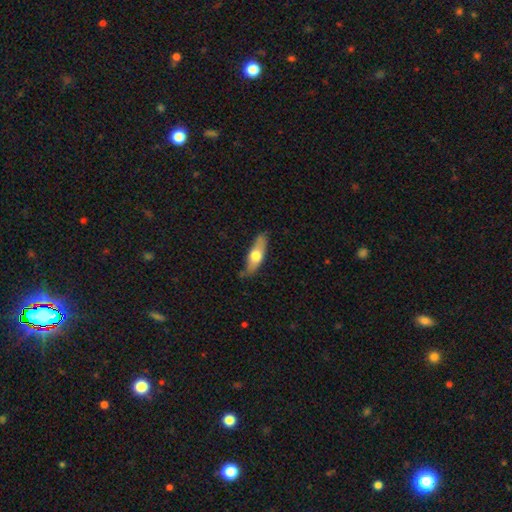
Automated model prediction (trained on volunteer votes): Q: Smooth or featured?
A: smooth (57%); runner-up: featured or disk (37%)
Q: How rounded?
A: in between (51%); runner-up: cigar-shaped (47%)
Q: Merging?
A: none (75%); runner-up: minor disturbance (19%)